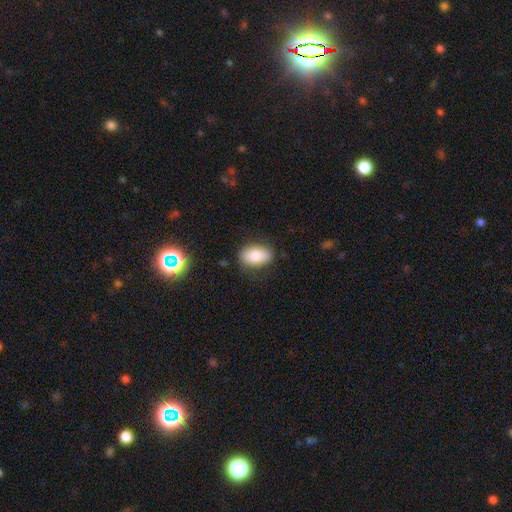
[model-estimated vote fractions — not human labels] The model was most divided on "merging": none: 80%, minor disturbance: 15%, major disturbance: 4%, merger: 2%. More confident: how rounded — in between (89%); smooth or featured — smooth (80%).